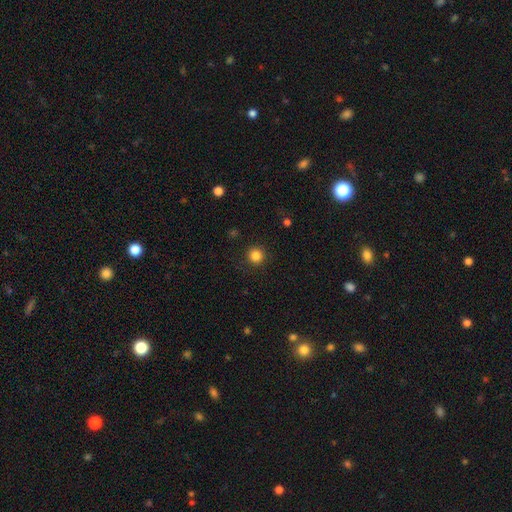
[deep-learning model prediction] Overall: smooth (84%). How rounded: round (95%). Merging: none (91%).